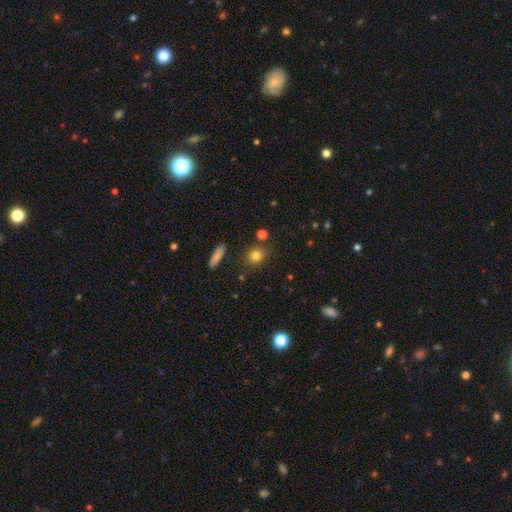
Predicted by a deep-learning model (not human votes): A smooth galaxy with no disk features (79%) that is round (65%). Merging: none (80%).